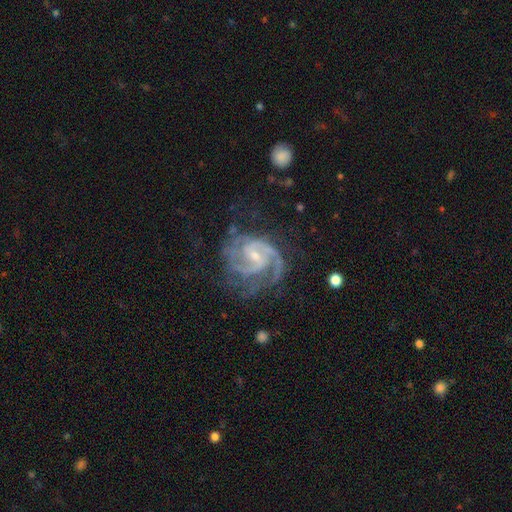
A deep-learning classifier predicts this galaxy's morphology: Smooth or featured?
  - featured or disk: 92% *
  - star or artifact: 5%
  - smooth: 4%
Edge-on disk?
  - no: 98% *
  - yes: 2%
Bar?
  - weak: 52% *
  - no: 33%
  - strong: 15%
Spiral arms?
  - yes: 98% *
  - no: 2%
Spiral winding?
  - medium: 51% *
  - tight: 39%
  - loose: 10%
Spiral arm count?
  - 2: 52% *
  - 3: 24%
  - can't tell: 10%
  - 4: 5%
  - 1: 5%
  - more than 4: 4%
Bulge size?
  - small: 68% *
  - moderate: 27%
  - none: 3%
  - large: 1%
  - dominant: 1%
Merging?
  - none: 59% *
  - minor disturbance: 22%
  - major disturbance: 17%
  - merger: 2%